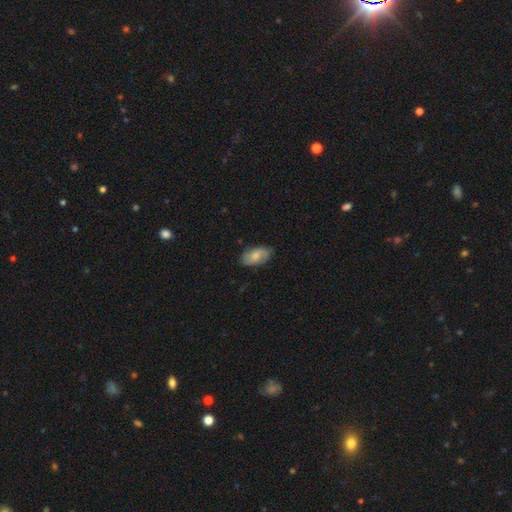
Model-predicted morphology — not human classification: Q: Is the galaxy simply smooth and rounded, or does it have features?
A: smooth — 62%.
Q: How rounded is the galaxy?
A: in between — 92%.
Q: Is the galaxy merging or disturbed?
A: none — 79%.